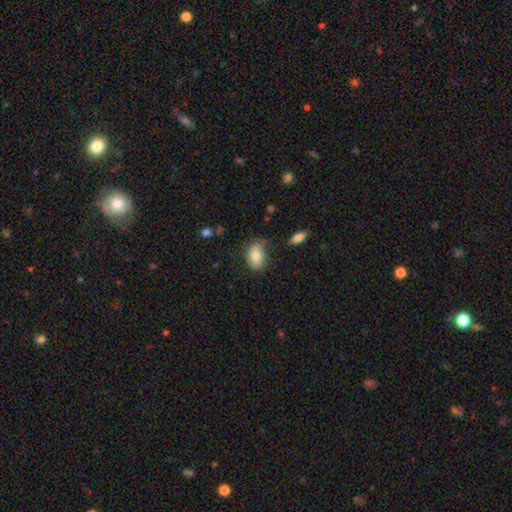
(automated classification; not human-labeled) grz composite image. It shows a smooth galaxy with no disk features (78%) that is in between round and cigar-shaped (83%). Merging: none (71%).